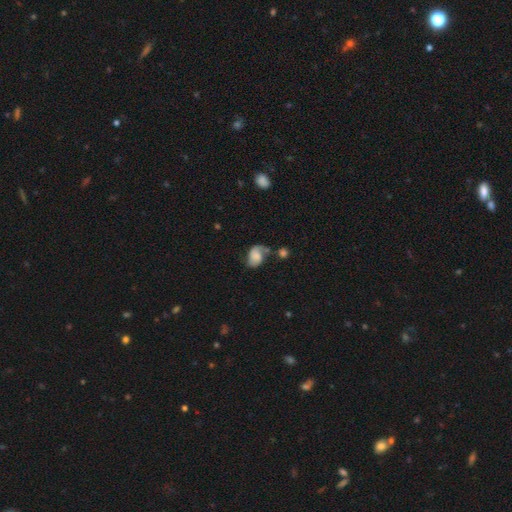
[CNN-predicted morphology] A featured or disk galaxy (48%). Merging: none (42%).